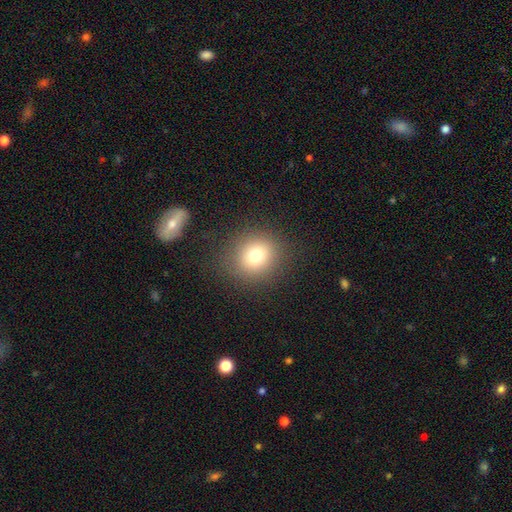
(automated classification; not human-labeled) Smooth or featured?
  - smooth: 75% *
  - star or artifact: 15%
  - featured or disk: 10%
How rounded?
  - round: 85% *
  - in between: 14%
  - cigar-shaped: 1%
Merging?
  - none: 87% *
  - minor disturbance: 7%
  - major disturbance: 4%
  - merger: 1%